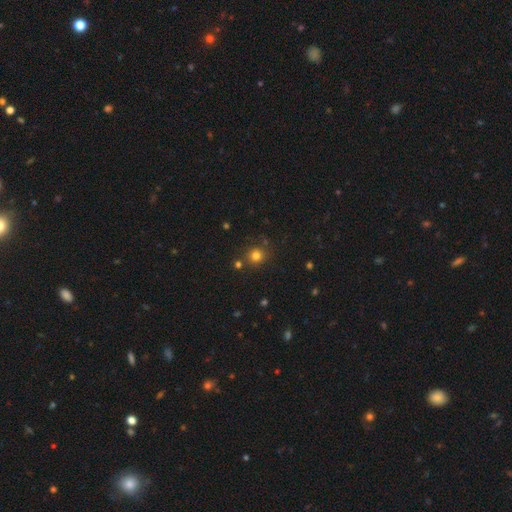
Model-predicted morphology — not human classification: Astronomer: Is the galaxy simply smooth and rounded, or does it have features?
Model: smooth — 76%.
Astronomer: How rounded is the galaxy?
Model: round — 89%.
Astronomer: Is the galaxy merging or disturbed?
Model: none — 80%.